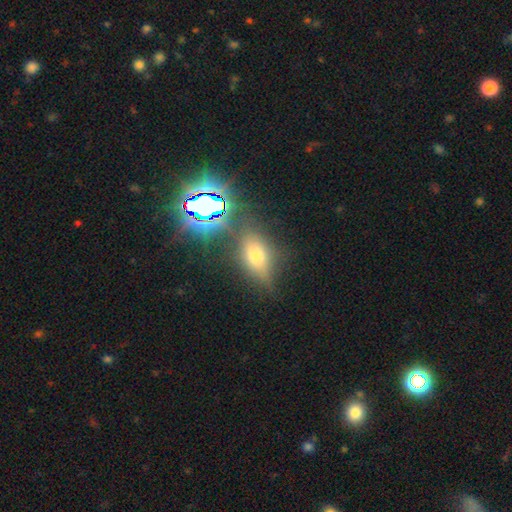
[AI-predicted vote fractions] A smooth galaxy with no disk features (41%).

Vote fractions:
- Smooth or featured? smooth: 41% / star or artifact: 34% / featured or disk: 25%
- Merging? none: 74% / minor disturbance: 14% / merger: 6% / major disturbance: 6%